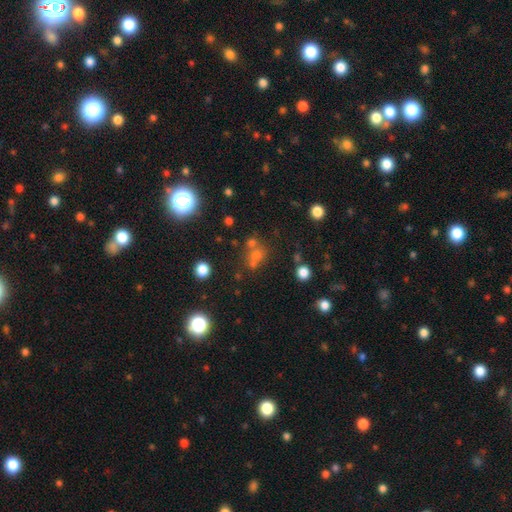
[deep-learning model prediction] smooth-or-featured: smooth: 52% | star or artifact: 36% | featured or disk: 12%
  how-rounded: round: 71% | in between: 27% | cigar-shaped: 2%
  merging: none: 50% | merger: 33% | minor disturbance: 10% | major disturbance: 6%